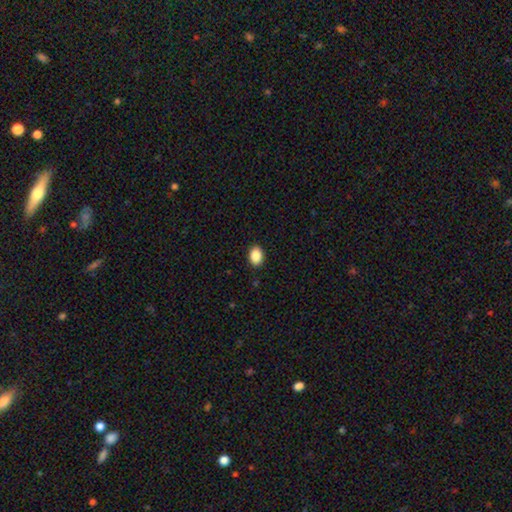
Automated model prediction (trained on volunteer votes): smooth_or_featured: smooth (p=0.88) [alt: star or artifact p=0.08]
how_rounded: in between (p=0.77) [alt: round p=0.22]
merging: none (p=0.90) [alt: minor disturbance p=0.07]